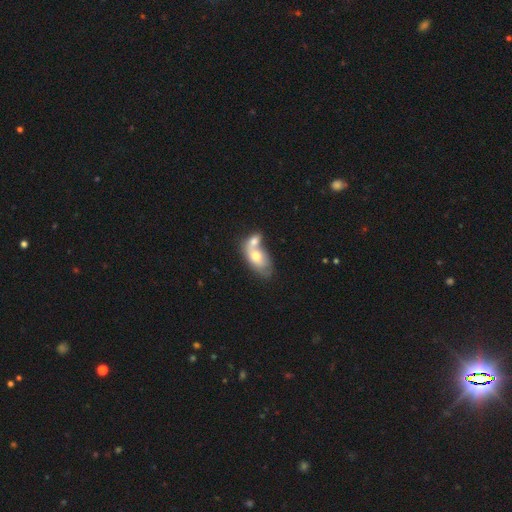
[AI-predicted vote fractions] This is likely a smooth galaxy (65%). How rounded: clearly in between (86%). Merging: likely merger (73%).